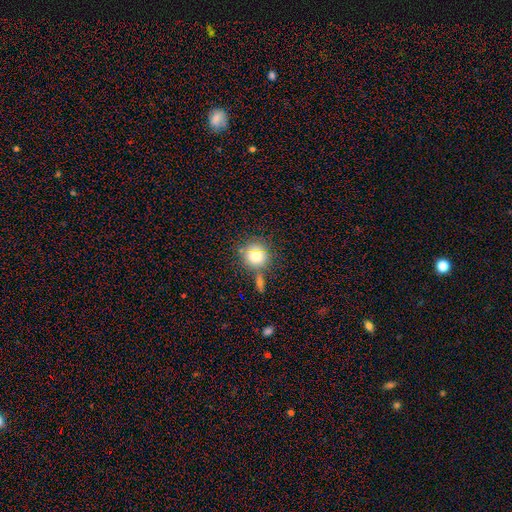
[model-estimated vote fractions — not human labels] Smooth or featured?
  - smooth: 75% *
  - star or artifact: 14%
  - featured or disk: 11%
How rounded?
  - round: 89% *
  - in between: 10%
  - cigar-shaped: 1%
Merging?
  - none: 68% *
  - merger: 15%
  - minor disturbance: 12%
  - major disturbance: 5%